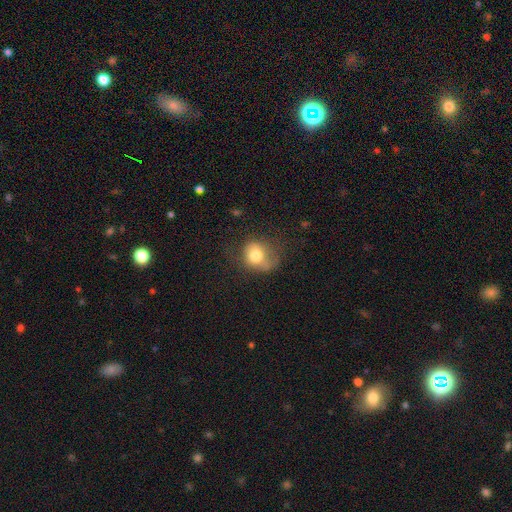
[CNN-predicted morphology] smooth_or_featured: smooth (p=0.71) [alt: featured or disk p=0.19]
how_rounded: round (p=0.65) [alt: in between p=0.34]
merging: none (p=0.41) [alt: minor disturbance p=0.31]